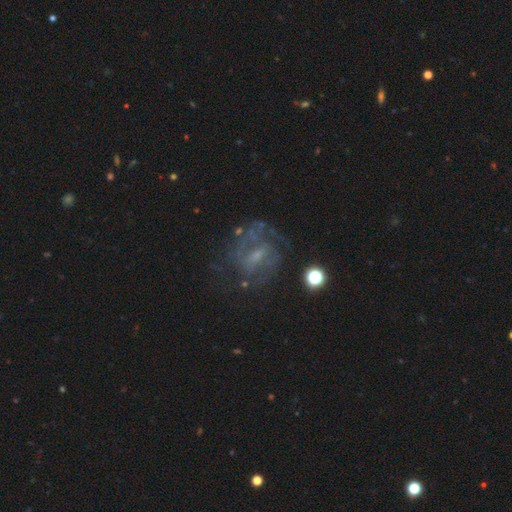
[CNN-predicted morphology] Overall: featured or disk (73%). Edge-on disk: no (97%). Bar: weak (54%; no 28%). Spiral arms: yes (77%). Spiral arm count: can't tell (38%, tied with 2). Spiral winding: medium (44%; tight 39%). Bulge size: small (51%; moderate 25%). Merging: none (61%).